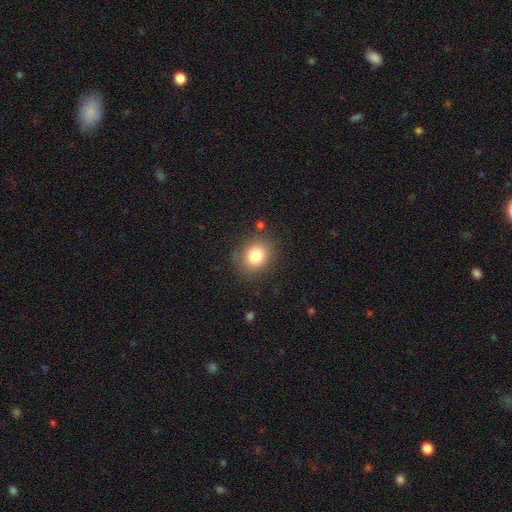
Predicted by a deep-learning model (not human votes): This appears to be a smooth galaxy with no disk features (81%) that is round (65%). Merging: none (83%).